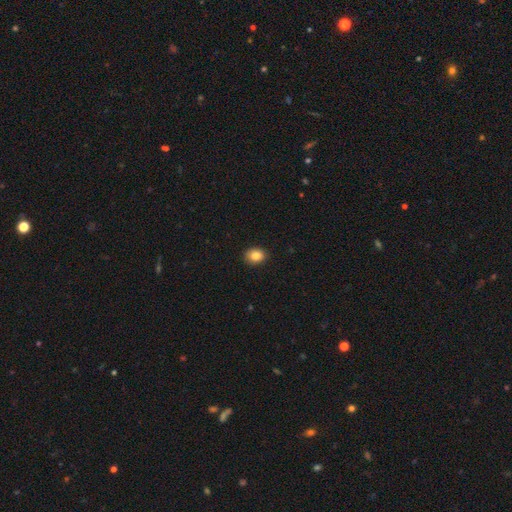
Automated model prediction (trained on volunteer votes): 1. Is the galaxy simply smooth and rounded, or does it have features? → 85% smooth, 9% star or artifact, 6% featured or disk.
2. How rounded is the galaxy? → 55% in between, 44% round, 1% cigar-shaped.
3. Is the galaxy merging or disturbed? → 89% none, 9% minor disturbance, 2% major disturbance, 1% merger.